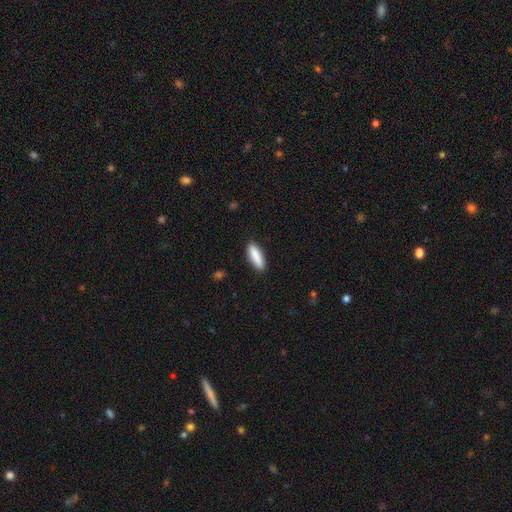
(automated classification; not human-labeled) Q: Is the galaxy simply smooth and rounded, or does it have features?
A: smooth — 88%.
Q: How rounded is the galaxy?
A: cigar-shaped — 53%.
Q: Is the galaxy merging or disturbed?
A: none — 89%.